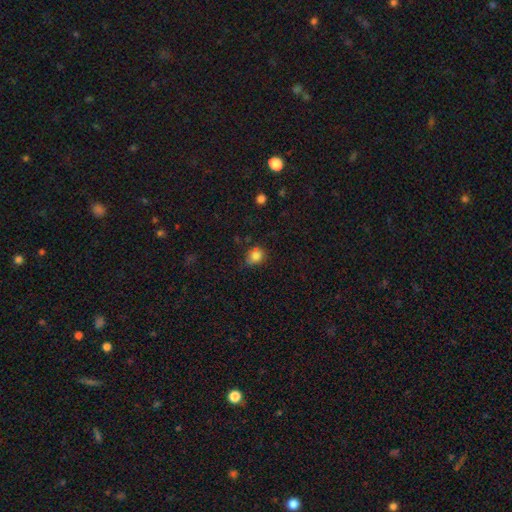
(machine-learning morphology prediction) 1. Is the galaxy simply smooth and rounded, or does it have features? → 82% smooth, 11% star or artifact, 7% featured or disk.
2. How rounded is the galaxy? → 64% round, 35% in between, 1% cigar-shaped.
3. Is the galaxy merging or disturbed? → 67% none, 24% minor disturbance, 5% major disturbance, 4% merger.